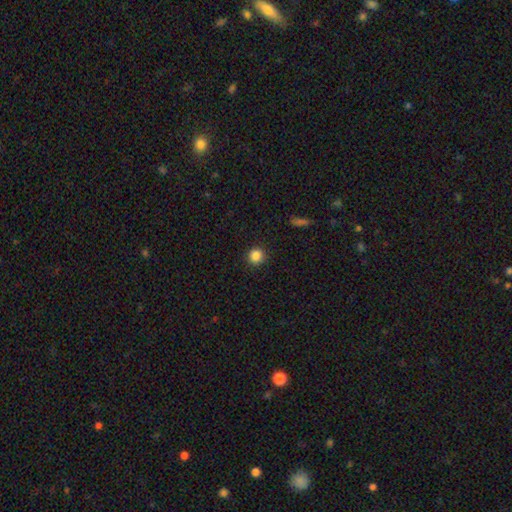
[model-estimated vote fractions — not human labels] Smooth or featured? smooth (86%)
How rounded? round (93%)
Merging? none (91%)